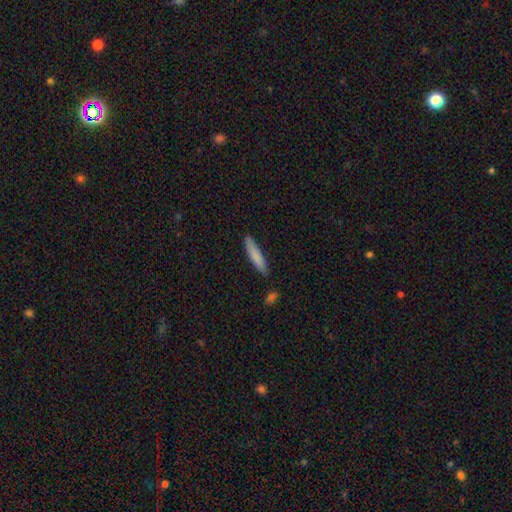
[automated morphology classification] This is clearly a smooth galaxy (81%). How rounded: clearly cigar-shaped (89%). Merging: clearly none (84%).